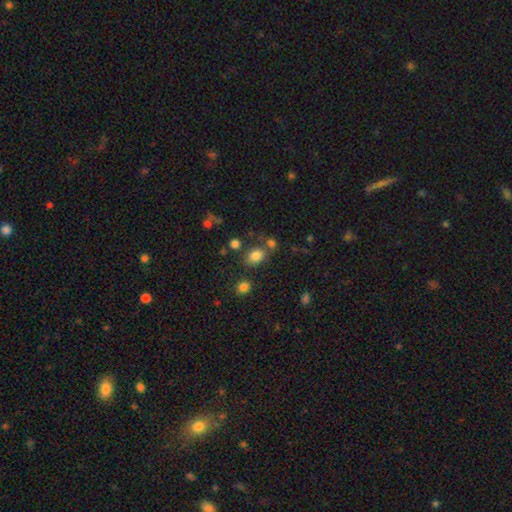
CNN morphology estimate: Smooth or featured: smooth — 81% (star or artifact — 13%)
How rounded: in between — 63% (round — 35%)
Merging: none — 68% (merger — 14%)